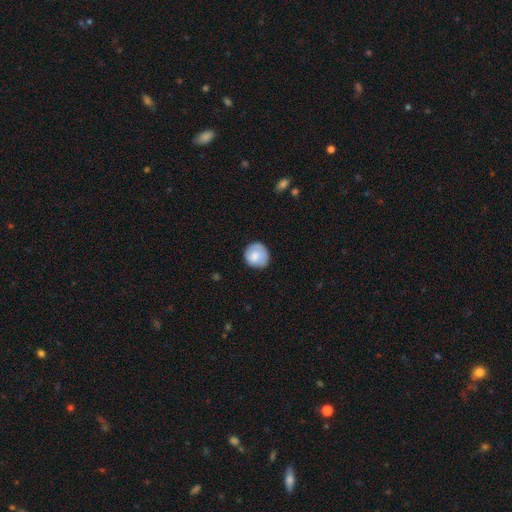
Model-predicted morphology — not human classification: smooth 78%, featured or disk 15%, star or artifact 7%. Down the decision tree: how rounded — round (88%); merging — none (76%).